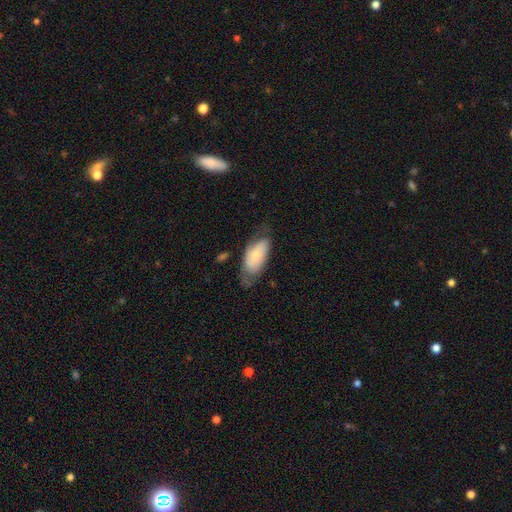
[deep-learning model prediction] Smooth or featured? smooth (56%)
How rounded? in between (88%)
Merging? none (53%)